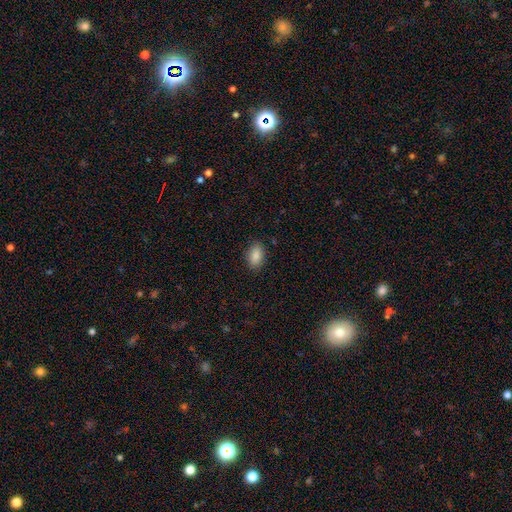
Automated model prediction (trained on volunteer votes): smooth_or_featured: smooth (p=0.88) [alt: star or artifact p=0.08]
how_rounded: in between (p=0.91) [alt: round p=0.07]
merging: none (p=0.87) [alt: minor disturbance p=0.09]